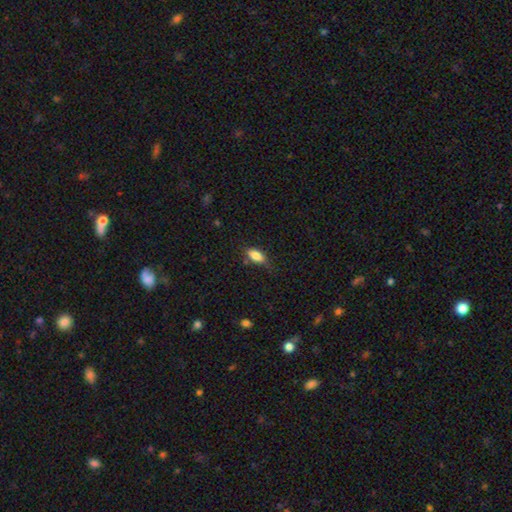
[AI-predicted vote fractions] The model was most divided on "merging": none: 66%, minor disturbance: 25%, major disturbance: 6%, merger: 3%. More confident: how rounded — in between (85%); smooth or featured — smooth (81%).